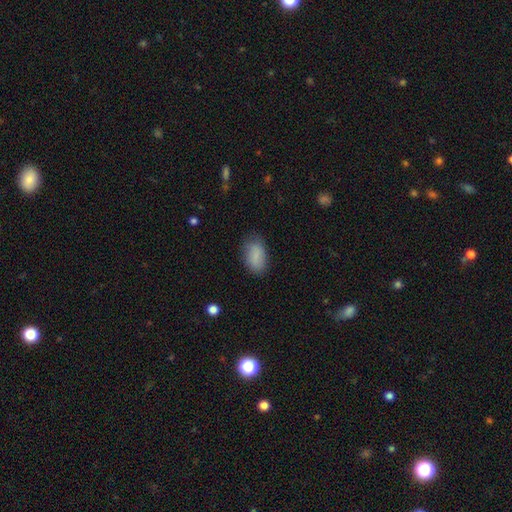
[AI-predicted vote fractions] smooth-or-featured: smooth: 85% | star or artifact: 9% | featured or disk: 6%
  how-rounded: in between: 92% | round: 5% | cigar-shaped: 3%
  merging: none: 79% | minor disturbance: 16% | major disturbance: 4% | merger: 1%